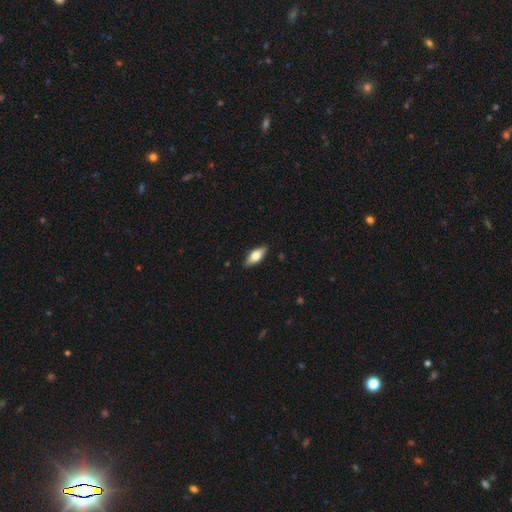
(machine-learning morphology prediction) Smooth or featured? Predicted: smooth (p=0.63). How rounded? Predicted: in between (p=0.76). Merging? Predicted: none (p=0.88).